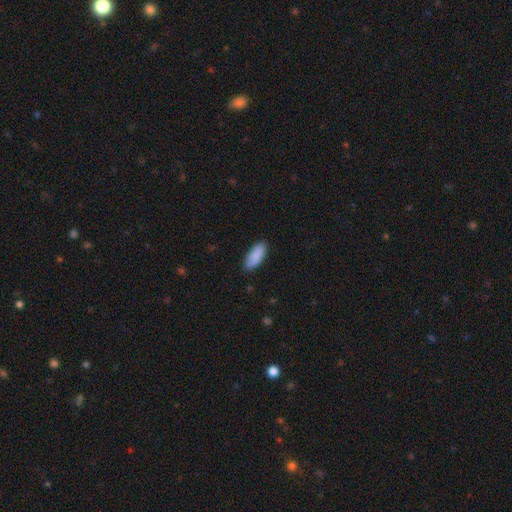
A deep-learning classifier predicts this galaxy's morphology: A smooth galaxy with no disk features (89%) that is in between round and cigar-shaped (84%). Merging: none (85%).